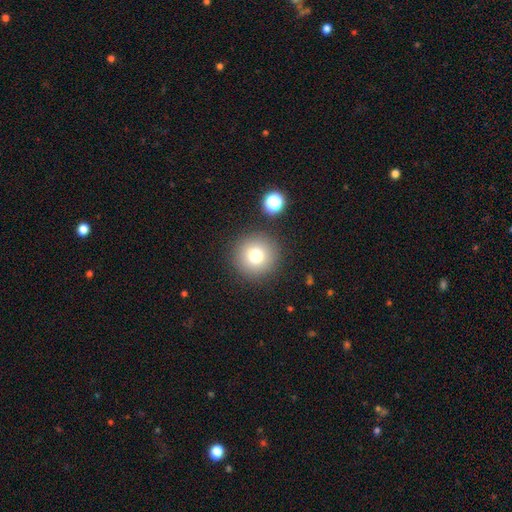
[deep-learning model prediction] Smooth or featured: smooth — 78% (star or artifact — 13%)
How rounded: round — 95% (in between — 4%)
Merging: none — 87% (minor disturbance — 7%)